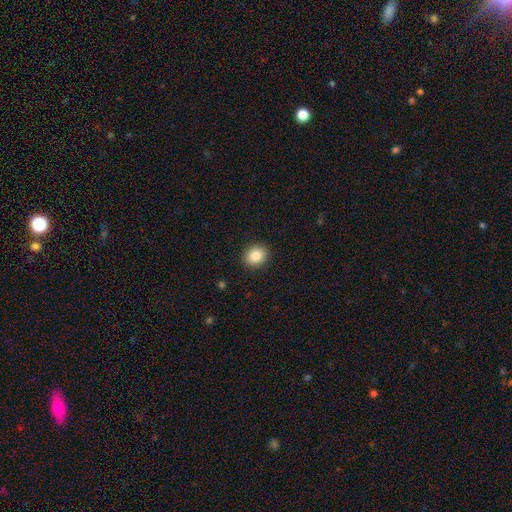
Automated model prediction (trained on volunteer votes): Overall: smooth (85%). How rounded: round (69%; in between 30%). Merging: none (91%).